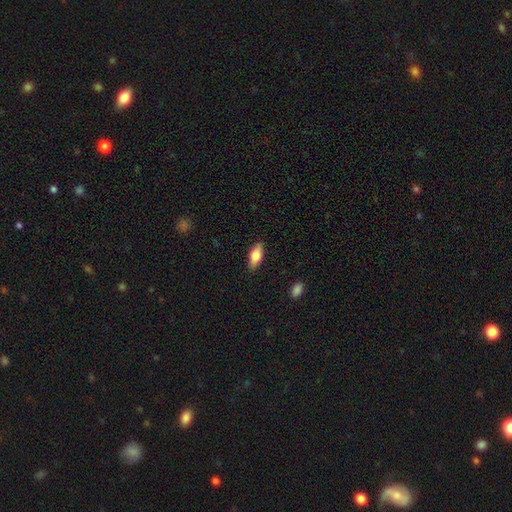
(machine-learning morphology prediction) Smooth or featured?
  - smooth: 74% *
  - featured or disk: 20%
  - star or artifact: 6%
How rounded?
  - in between: 80% *
  - cigar-shaped: 18%
  - round: 3%
Merging?
  - none: 88% *
  - minor disturbance: 9%
  - major disturbance: 2%
  - merger: 1%